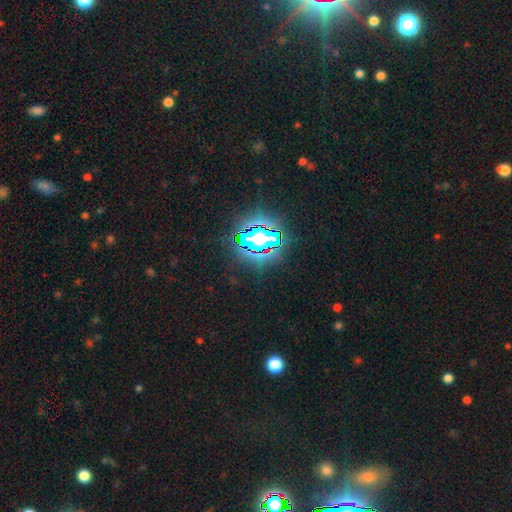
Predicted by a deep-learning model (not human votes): smooth_or_featured: star or artifact (p=0.80) [alt: smooth p=0.12]